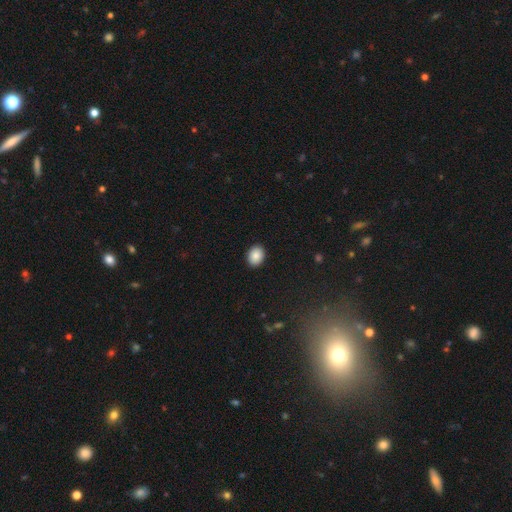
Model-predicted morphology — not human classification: The model was most divided on "how rounded": in between: 58%, round: 41%, cigar-shaped: 1%. More confident: merging — none (91%); smooth or featured — smooth (89%).